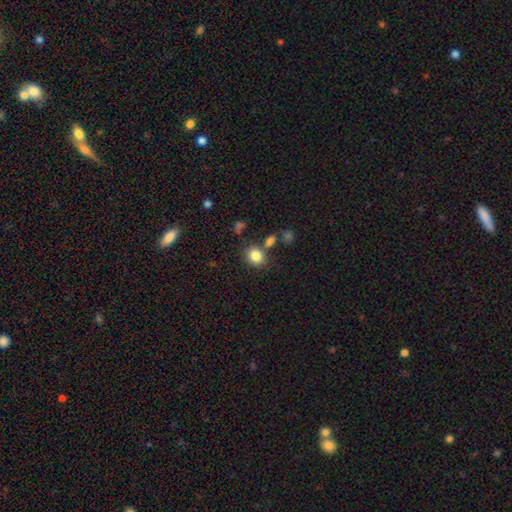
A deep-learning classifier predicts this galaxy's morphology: Smooth or featured? smooth (83%)
How rounded? round (71%)
Merging? none (74%)